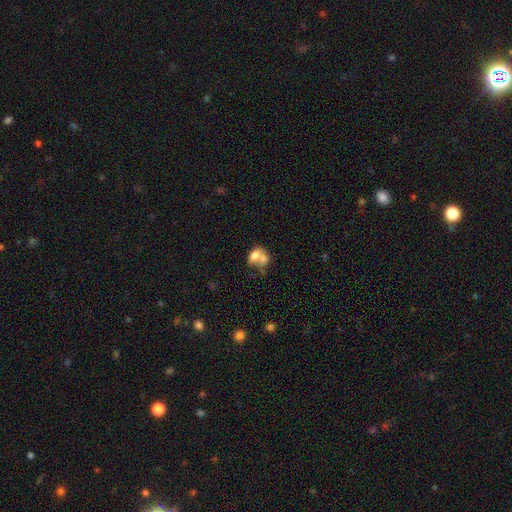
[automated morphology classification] This is likely a smooth galaxy (67%). How rounded: likely in between (71%). Merging: likely merger (63%).